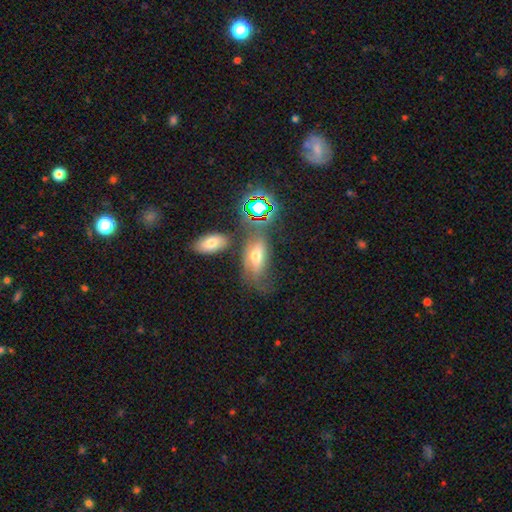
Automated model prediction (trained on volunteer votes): A smooth galaxy with no disk features (50%). Merging: none (45%).